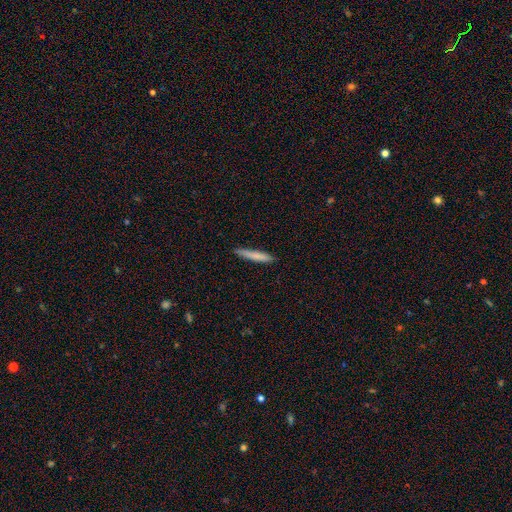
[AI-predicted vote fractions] Smooth or featured: smooth — 77% (featured or disk — 17%)
How rounded: cigar-shaped — 94% (in between — 5%)
Merging: none — 87% (minor disturbance — 10%)